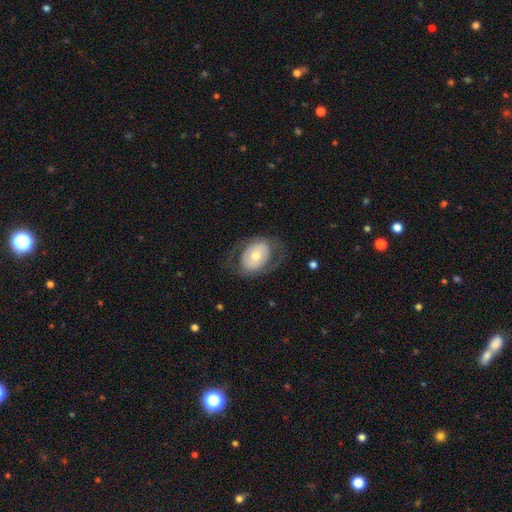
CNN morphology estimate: Smooth or featured?
  - smooth: 47% * (tied)
  - featured or disk: 47% * (tied)
  - star or artifact: 6%
Merging?
  - none: 68% *
  - minor disturbance: 16%
  - major disturbance: 15%
  - merger: 1%